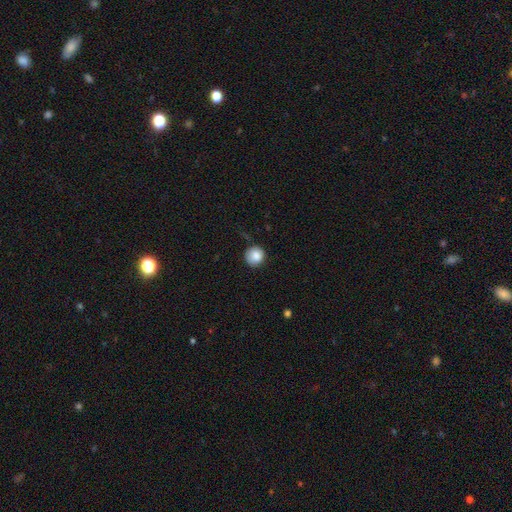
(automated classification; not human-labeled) Smooth or featured?
  - smooth: 83% *
  - star or artifact: 8%
  - featured or disk: 8%
How rounded?
  - round: 90% *
  - in between: 9%
  - cigar-shaped: 1%
Merging?
  - none: 73% *
  - minor disturbance: 20%
  - major disturbance: 5%
  - merger: 2%